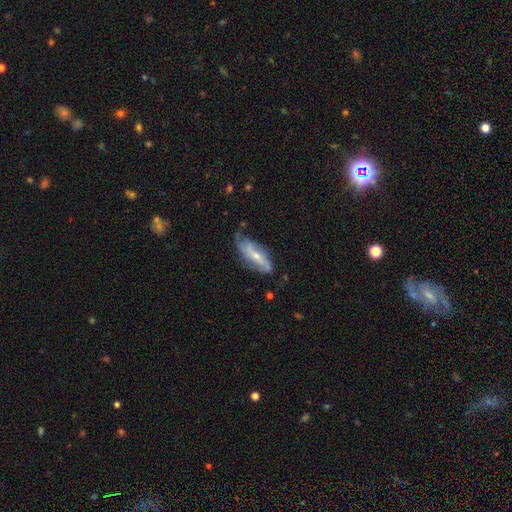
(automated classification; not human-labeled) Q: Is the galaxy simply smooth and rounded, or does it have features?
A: featured or disk — 67%.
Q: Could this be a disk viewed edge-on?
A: no — 82%.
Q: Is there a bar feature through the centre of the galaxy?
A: weak — 37%, tied with no.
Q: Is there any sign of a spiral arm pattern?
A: yes — 86%.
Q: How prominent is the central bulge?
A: small — 57%.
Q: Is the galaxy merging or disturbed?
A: none — 60%.